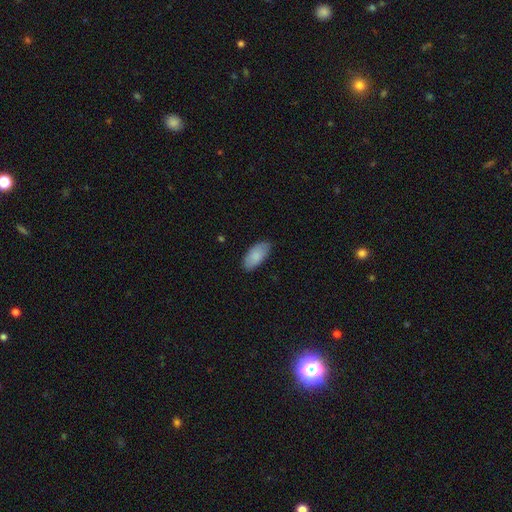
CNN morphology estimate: smooth_or_featured: smooth (p=0.86) [alt: featured or disk p=0.09]
how_rounded: in between (p=0.93) [alt: cigar-shaped p=0.05]
merging: none (p=0.79) [alt: minor disturbance p=0.17]